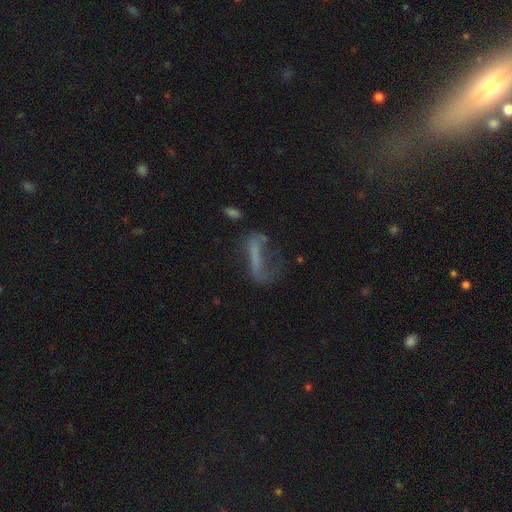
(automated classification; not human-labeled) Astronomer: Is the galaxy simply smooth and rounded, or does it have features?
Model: smooth — 42% (runner-up: featured or disk, 41%).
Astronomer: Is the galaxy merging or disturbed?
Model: major disturbance — 44% (runner-up: none, 31%).